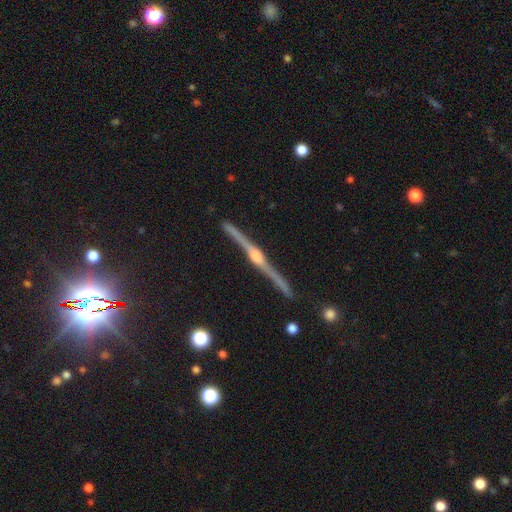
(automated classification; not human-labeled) Smooth or featured? Predicted: featured or disk (p=0.88). Edge-on disk? Predicted: yes (p=0.98). Edge-on bulge? Predicted: rounded (p=0.91). Merging? Predicted: none (p=0.91).